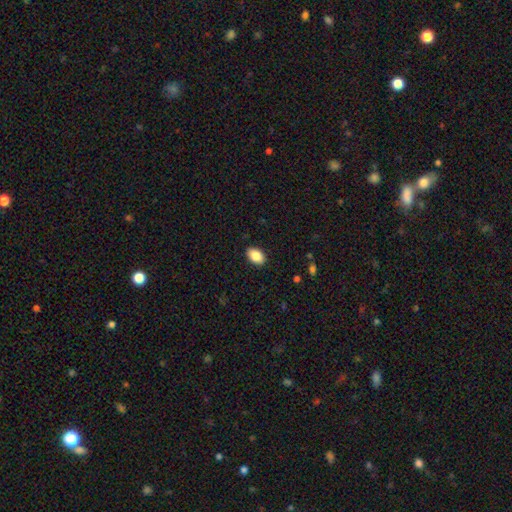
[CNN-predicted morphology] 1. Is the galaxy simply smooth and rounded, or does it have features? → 86% smooth, 7% star or artifact, 6% featured or disk.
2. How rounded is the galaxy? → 89% in between, 10% round, 1% cigar-shaped.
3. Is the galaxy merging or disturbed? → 89% none, 8% minor disturbance, 2% major disturbance, 1% merger.